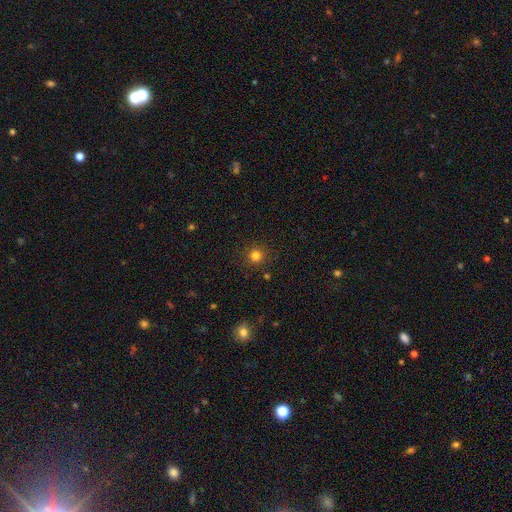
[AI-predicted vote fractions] This appears to be a smooth galaxy with no disk features (80%) that is round (94%). Merging: none (89%).